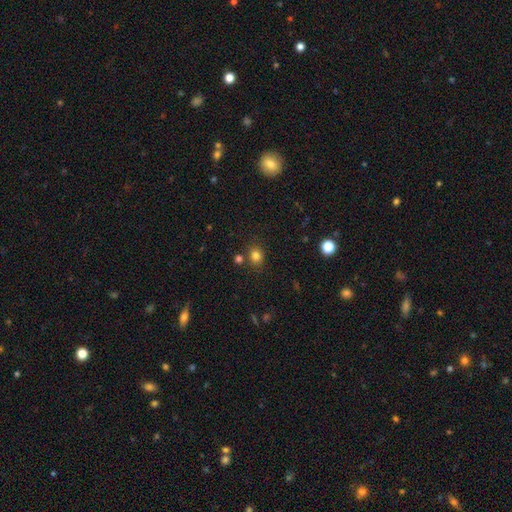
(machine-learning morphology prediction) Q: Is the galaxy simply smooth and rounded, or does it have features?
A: smooth — 80%.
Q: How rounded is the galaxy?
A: round — 73%.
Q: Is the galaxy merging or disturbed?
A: none — 78%.